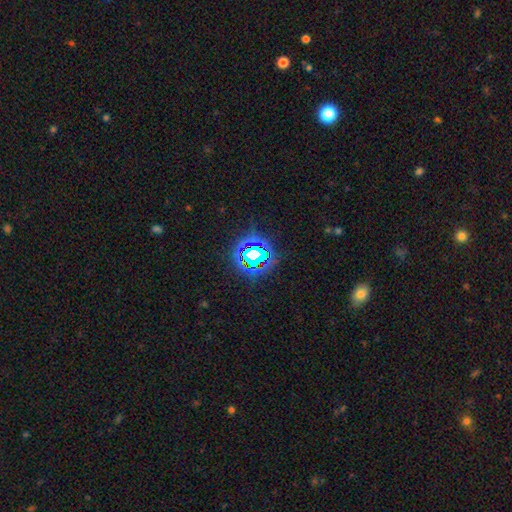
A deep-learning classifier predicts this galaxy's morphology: The model was most divided on "smooth or featured": star or artifact: 71%, smooth: 18%, featured or disk: 12%.